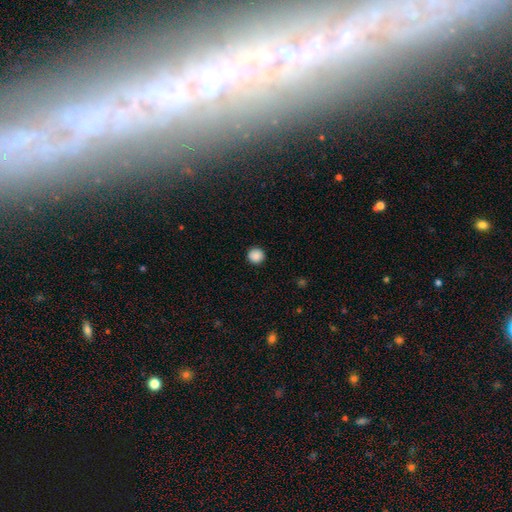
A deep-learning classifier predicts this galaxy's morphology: smooth_or_featured: smooth (p=0.88) [alt: star or artifact p=0.09]
how_rounded: round (p=0.95) [alt: in between p=0.04]
merging: none (p=0.92) [alt: minor disturbance p=0.05]